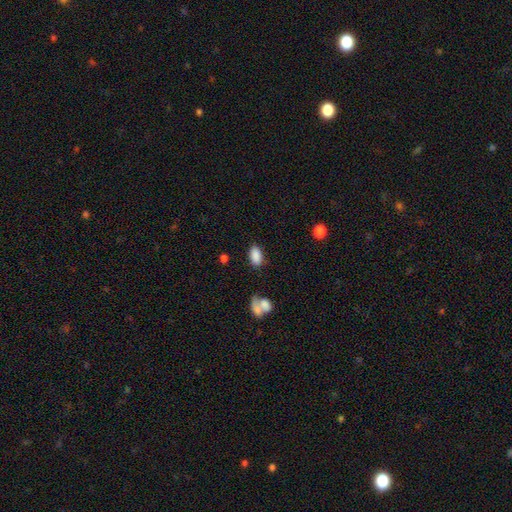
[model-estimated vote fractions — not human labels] A smooth galaxy with no disk features (87%) that is in between round and cigar-shaped (92%). Merging: none (80%).